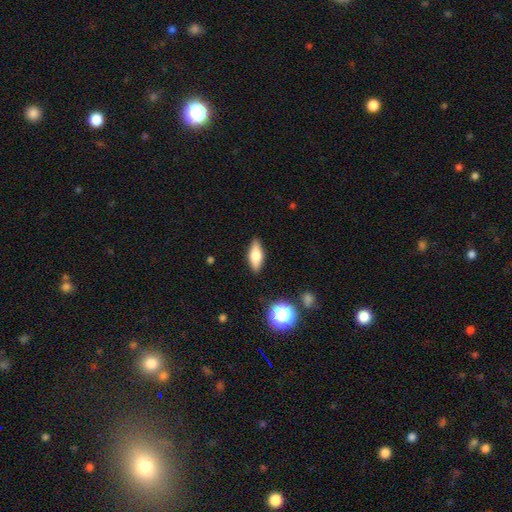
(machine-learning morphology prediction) A smooth galaxy with no disk features (60%) that is in between round and cigar-shaped (68%).

Vote fractions:
- Smooth or featured? smooth: 60% / featured or disk: 32% / star or artifact: 8%
- How rounded? in between: 68% / cigar-shaped: 28% / round: 4%
- Merging? none: 87% / minor disturbance: 10% / major disturbance: 2% / merger: 1%